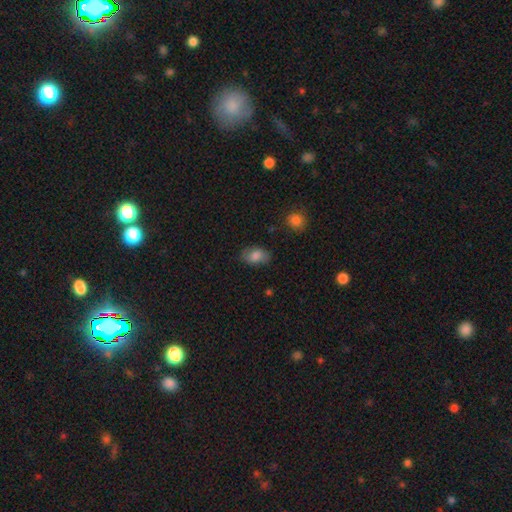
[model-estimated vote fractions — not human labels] A smooth galaxy with no disk features (78%) that is in between round and cigar-shaped (88%).

Vote fractions:
- Smooth or featured? smooth: 78% / featured or disk: 14% / star or artifact: 8%
- How rounded? in between: 88% / round: 11% / cigar-shaped: 1%
- Merging? none: 77% / minor disturbance: 18% / major disturbance: 4% / merger: 2%